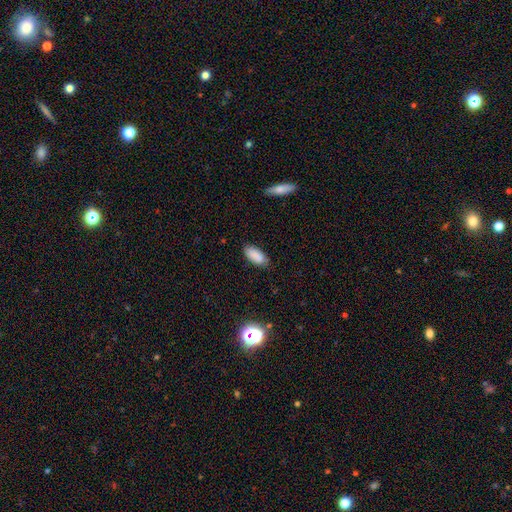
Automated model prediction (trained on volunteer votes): Morphology: type=smooth (87%); roundness=in between (90%); merging=none (77%).